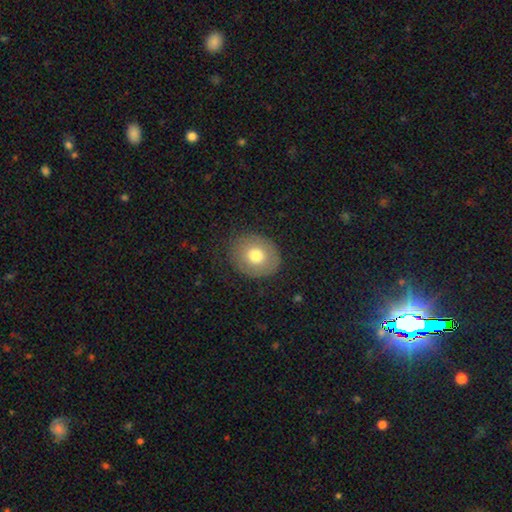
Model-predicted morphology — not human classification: type=smooth (70%); roundness=round (75%); merging=none (82%).